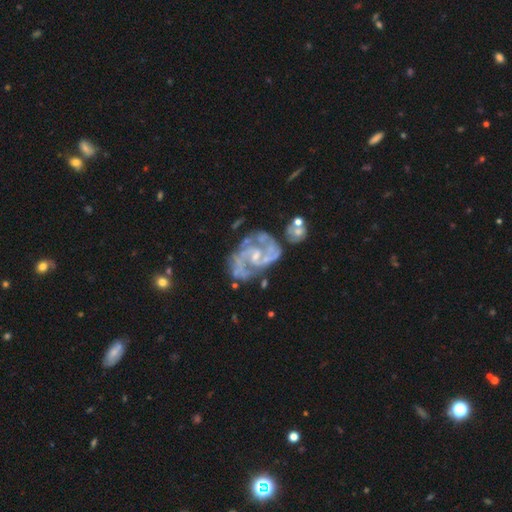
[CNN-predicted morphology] featured or disk 89%, star or artifact 6%, smooth 5%. Down the decision tree: edge-on disk — no (98%); bar — no (46%); spiral arms — yes (95%); spiral arm count — 2 (52%); spiral winding — medium (50%); bulge size — small (59%); merging — none (54%).